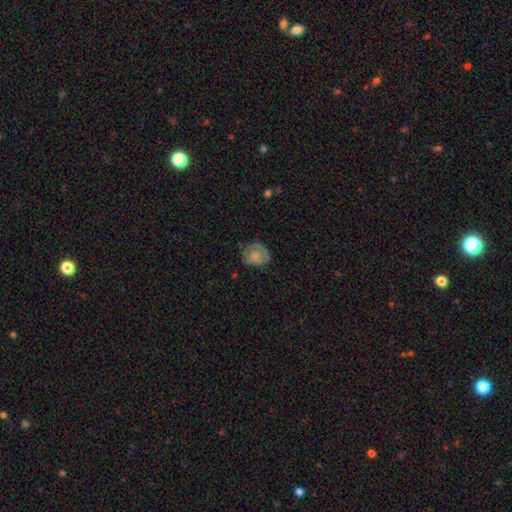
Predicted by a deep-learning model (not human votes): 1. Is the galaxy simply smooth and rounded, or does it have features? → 58% smooth, 33% featured or disk, 9% star or artifact.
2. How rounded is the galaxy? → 60% round, 39% in between, 1% cigar-shaped.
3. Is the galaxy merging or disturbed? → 51% none, 31% minor disturbance, 16% major disturbance, 2% merger.